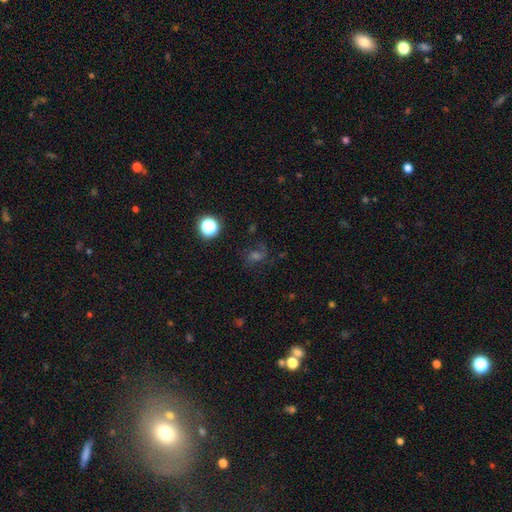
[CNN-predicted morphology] Smooth or featured? star or artifact (38%)